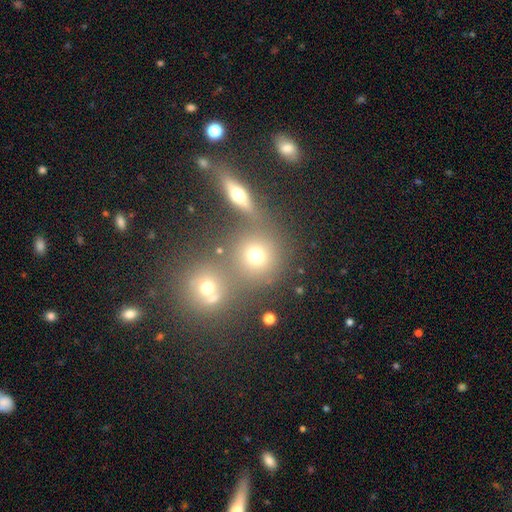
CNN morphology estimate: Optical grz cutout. It shows a smooth galaxy with no disk features (72%) that is round (87%). Merging: none (54%).